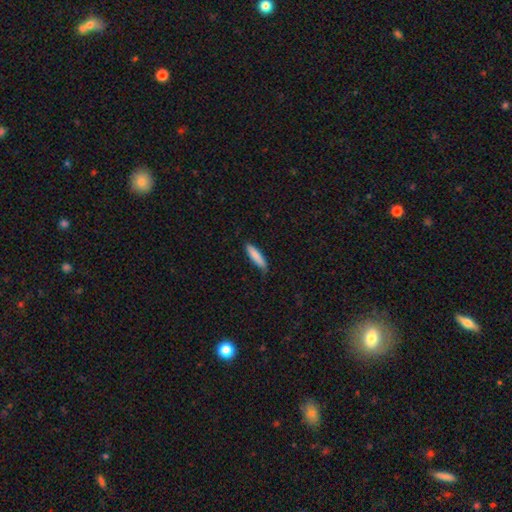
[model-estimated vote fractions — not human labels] Morphology: type=smooth (84%); roundness=cigar-shaped (77%); merging=none (75%).